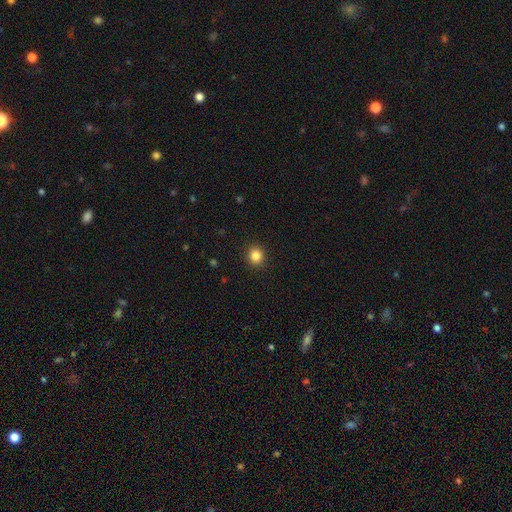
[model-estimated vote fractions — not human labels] smooth-or-featured: smooth: 85% | star or artifact: 11% | featured or disk: 4%
  how-rounded: round: 87% | in between: 12% | cigar-shaped: 1%
  merging: none: 92% | minor disturbance: 6% | major disturbance: 2% | merger: 1%